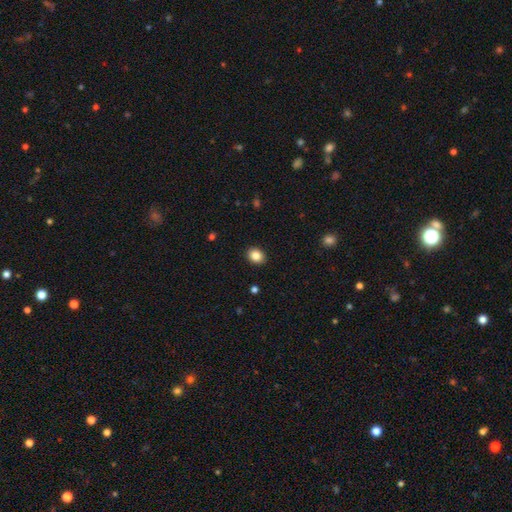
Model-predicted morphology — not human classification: The model was most divided on "how rounded": round: 52%, in between: 48%, cigar-shaped: 1%. More confident: merging — none (91%); smooth or featured — smooth (86%).